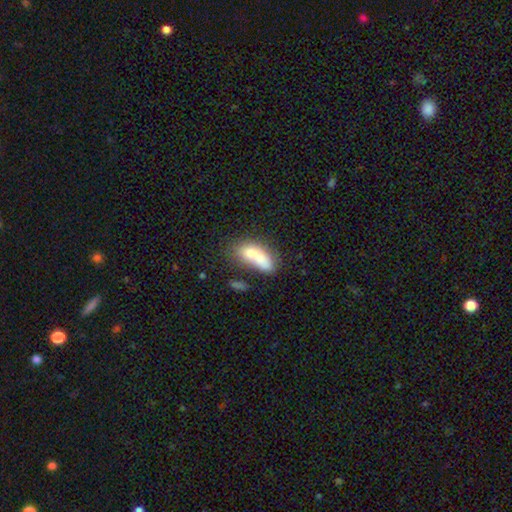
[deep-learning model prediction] A smooth galaxy with no disk features (73%) that is in between round and cigar-shaped (70%). Merging: none (33%).